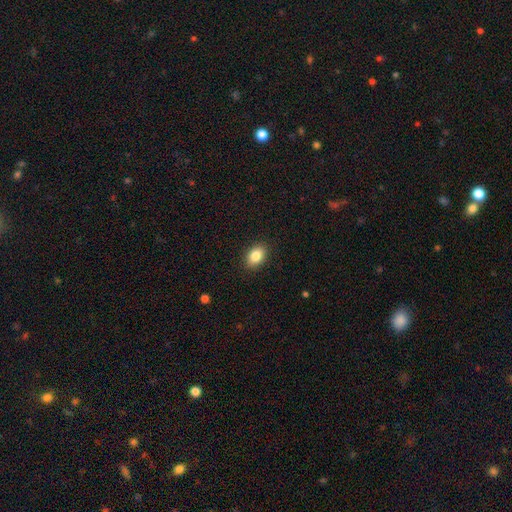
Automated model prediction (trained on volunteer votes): Smooth or featured? Predicted: smooth (p=0.85). How rounded? Predicted: in between (p=0.83). Merging? Predicted: none (p=0.89).